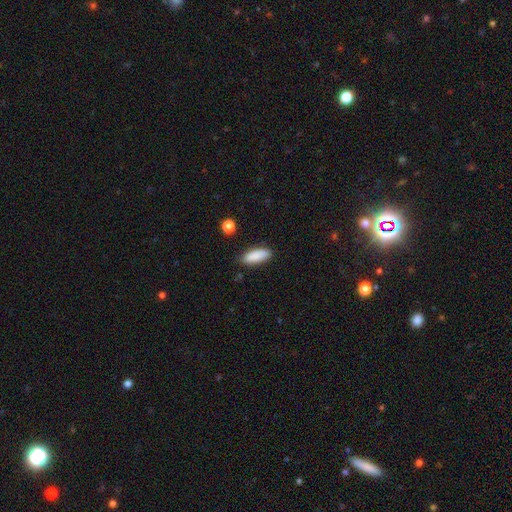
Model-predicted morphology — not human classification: A smooth galaxy with no disk features (88%) that is in between round and cigar-shaped (67%).

Vote fractions:
- Smooth or featured? smooth: 88% / star or artifact: 6% / featured or disk: 5%
- How rounded? in between: 67% / cigar-shaped: 31% / round: 2%
- Merging? none: 84% / minor disturbance: 12% / major disturbance: 2% / merger: 2%